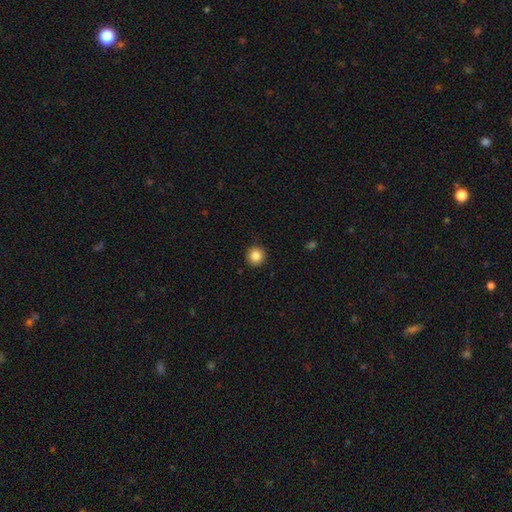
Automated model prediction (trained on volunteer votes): A smooth galaxy with no disk features (85%) that is round (94%).

Vote fractions:
- Smooth or featured? smooth: 85% / star or artifact: 10% / featured or disk: 5%
- How rounded? round: 94% / in between: 5% / cigar-shaped: 1%
- Merging? none: 91% / minor disturbance: 6% / major disturbance: 2% / merger: 1%